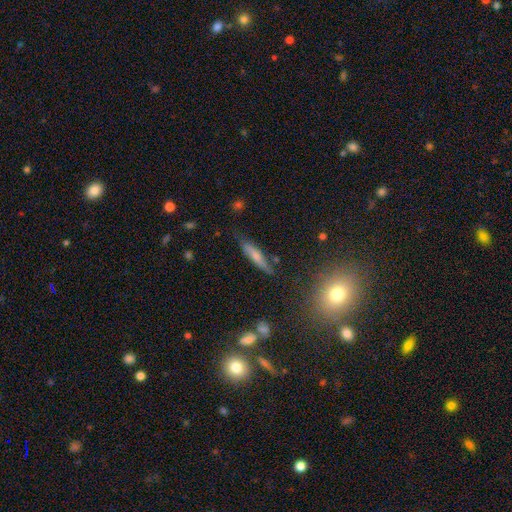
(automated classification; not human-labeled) Overall: smooth (63%; featured or disk 29%). How rounded: cigar-shaped (81%). Merging: none (73%).